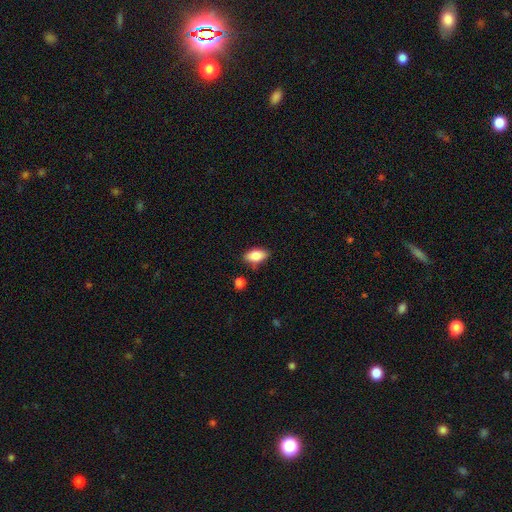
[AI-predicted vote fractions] Smooth or featured?
  - smooth: 84% *
  - featured or disk: 9%
  - star or artifact: 7%
How rounded?
  - in between: 90% *
  - round: 5%
  - cigar-shaped: 4%
Merging?
  - none: 79% *
  - minor disturbance: 15%
  - merger: 3%
  - major disturbance: 3%